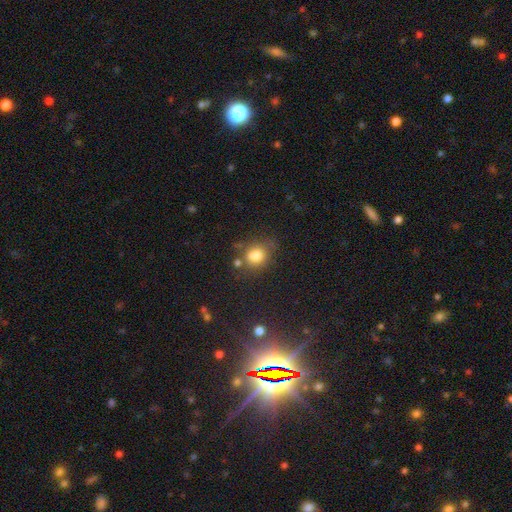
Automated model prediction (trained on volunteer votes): smooth 79%, star or artifact 12%, featured or disk 9%. Down the decision tree: how rounded — round (58%); merging — none (61%).